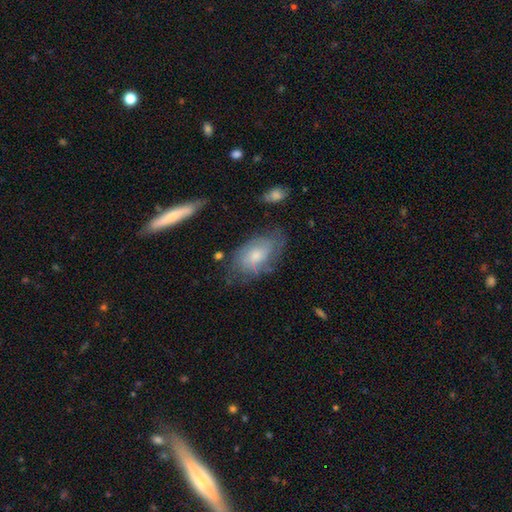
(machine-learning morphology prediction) A smooth galaxy with no disk features (47%).

Vote fractions:
- Smooth or featured? smooth: 47% / featured or disk: 46% / star or artifact: 7%
- Merging? none: 59% / minor disturbance: 25% / major disturbance: 13% / merger: 3%